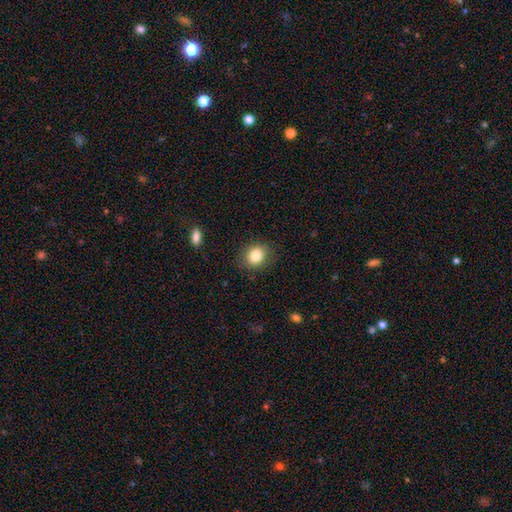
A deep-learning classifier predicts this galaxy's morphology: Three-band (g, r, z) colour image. It shows a smooth galaxy with no disk features (83%) that is round (64%). Merging: none (85%).